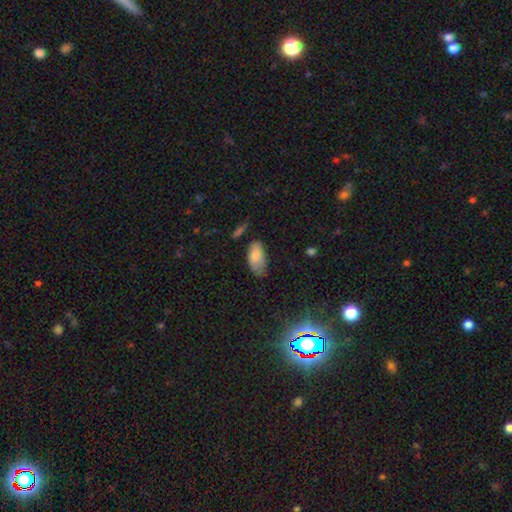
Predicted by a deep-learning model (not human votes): Smooth or featured: smooth — 81% (featured or disk — 12%)
How rounded: in between — 93% (cigar-shaped — 4%)
Merging: none — 56% (minor disturbance — 33%)